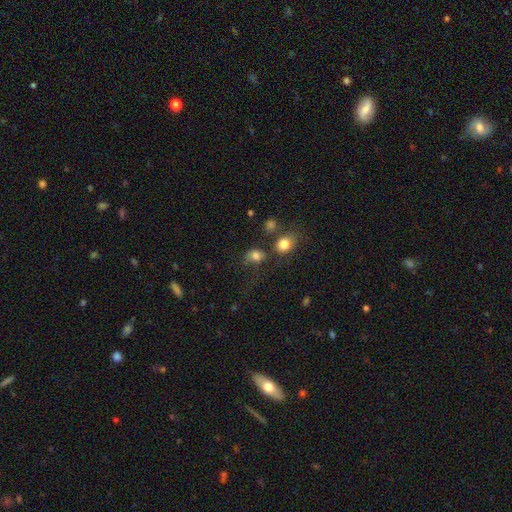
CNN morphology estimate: smooth 78%, star or artifact 13%, featured or disk 9%. Down the decision tree: how rounded — in between (51%); merging — none (45%).